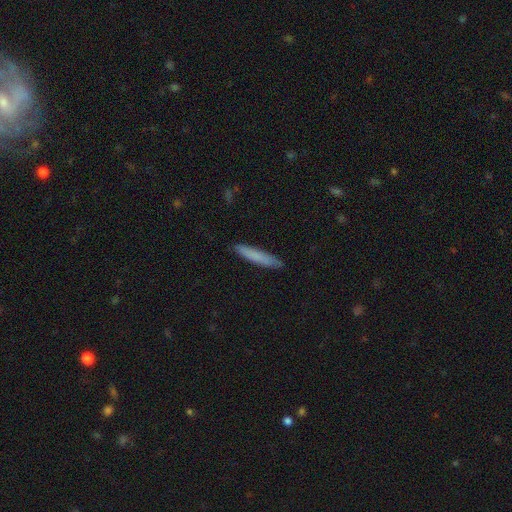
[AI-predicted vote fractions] smooth_or_featured: smooth (p=0.79) [alt: featured or disk p=0.15]
how_rounded: cigar-shaped (p=0.93) [alt: in between p=0.06]
merging: none (p=0.89) [alt: minor disturbance p=0.09]